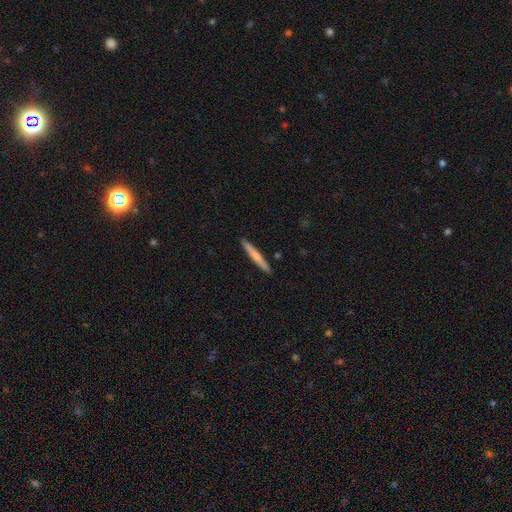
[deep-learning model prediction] Smooth or featured? Predicted: smooth (p=0.66). How rounded? Predicted: cigar-shaped (p=0.96). Merging? Predicted: none (p=0.91).